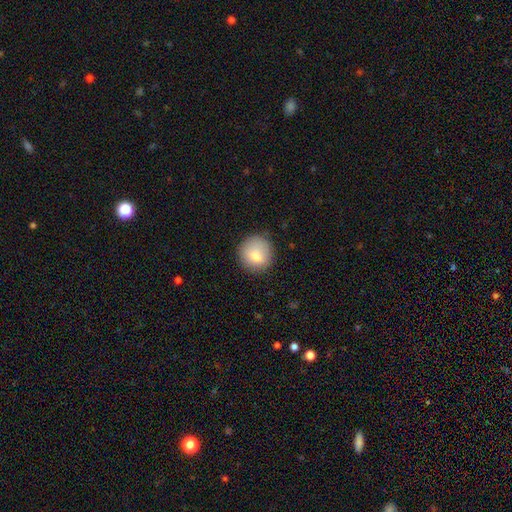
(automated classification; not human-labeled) Morphology: type=smooth (78%); roundness=round (91%); merging=none (84%).